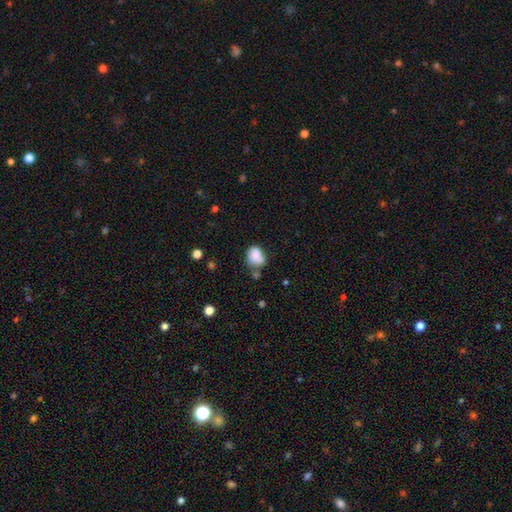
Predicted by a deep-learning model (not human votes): A smooth galaxy with no disk features (82%) that is in between round and cigar-shaped (55%).

Vote fractions:
- Smooth or featured? smooth: 82% / star or artifact: 9% / featured or disk: 9%
- How rounded? in between: 55% / round: 44% / cigar-shaped: 1%
- Merging? none: 45% / minor disturbance: 27% / merger: 18% / major disturbance: 10%